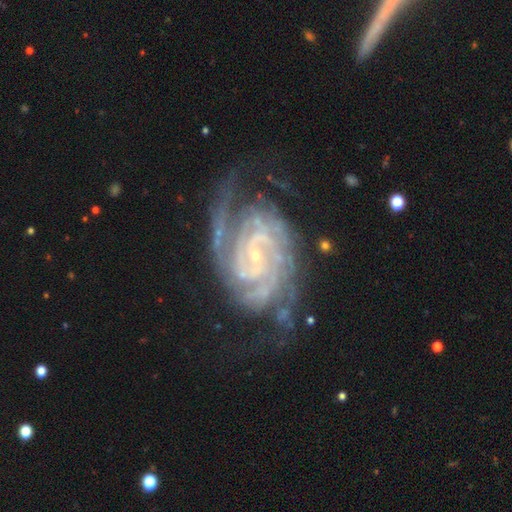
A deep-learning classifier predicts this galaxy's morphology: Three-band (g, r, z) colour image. It shows a featured or disk galaxy (92%) with no bar (50%), 2 (41%) tight (71%) spiral arms (98%) and a small central bulge (83%). Merging: none (66%).